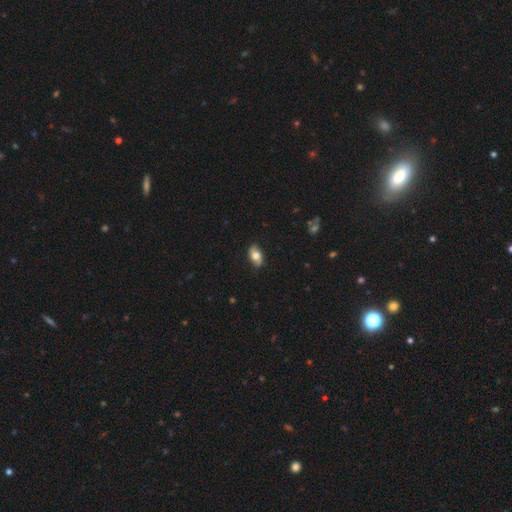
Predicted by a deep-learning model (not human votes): Morphology: type=smooth (59%); roundness=in between (88%); merging=none (81%).